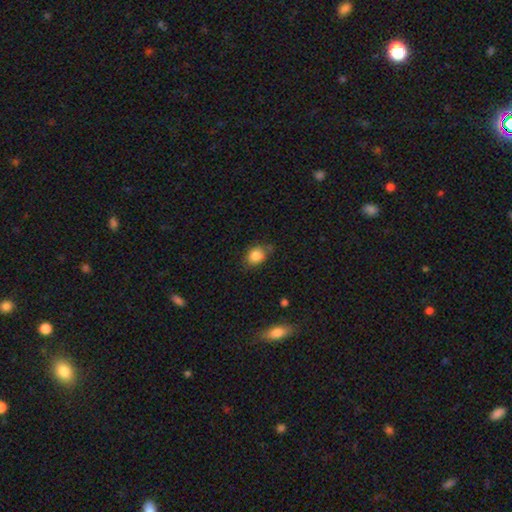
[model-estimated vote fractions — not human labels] This appears to be a smooth galaxy with no disk features (84%) that is in between round and cigar-shaped (52%). Merging: none (70%).